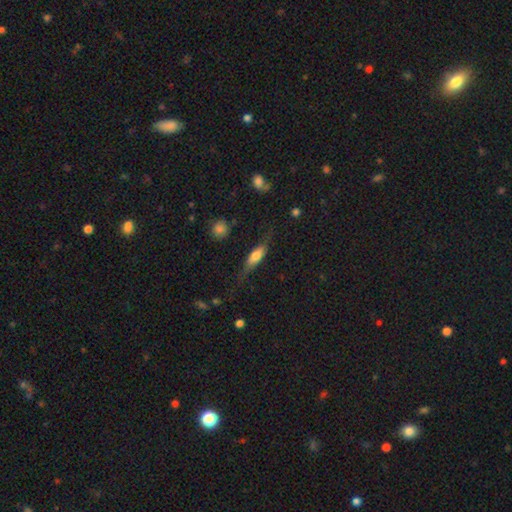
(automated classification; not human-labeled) Q: Smooth or featured?
A: smooth (55%); runner-up: featured or disk (38%)
Q: How rounded?
A: cigar-shaped (48%); tied with: in between (48%)
Q: Merging?
A: none (63%); runner-up: minor disturbance (23%)